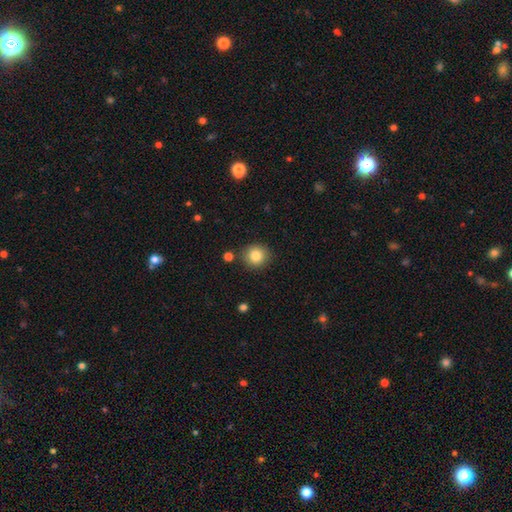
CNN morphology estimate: type=smooth (84%); roundness=round (89%); merging=none (86%).